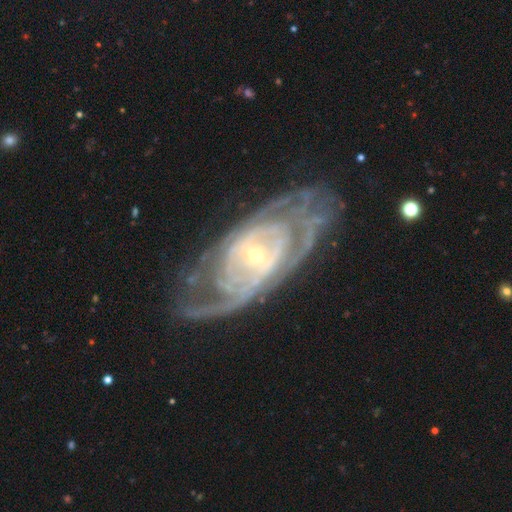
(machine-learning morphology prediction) smooth-or-featured: featured or disk: 88% | smooth: 6% | star or artifact: 5%
  disk-edge-on: no: 93% | yes: 7%
    bar: no: 53% | weak: 30% | strong: 16%
    has-spiral-arms: yes: 92% | no: 8%
      spiral-winding: tight: 62% | medium: 29% | loose: 9%
      spiral-arm-count: can't tell: 36% | 2: 29% | 3: 13% | 4: 9% | more than 4: 7% | 1: 6%
    bulge-size: small: 72% | moderate: 25% | large: 2% | none: 1% | dominant: 1%
  merging: none: 68% | minor disturbance: 18% | major disturbance: 13% | merger: 2%